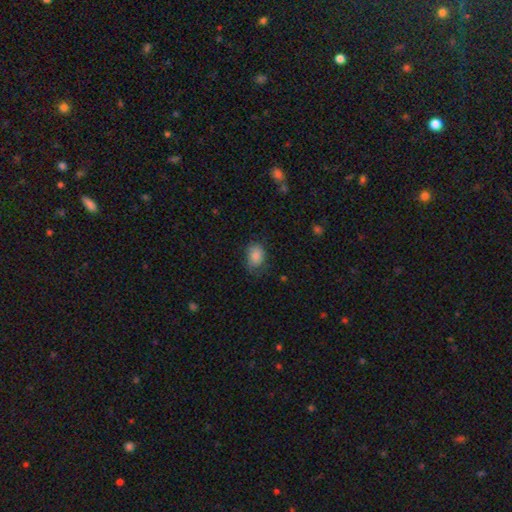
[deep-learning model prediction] Smooth or featured? Predicted: smooth (p=0.85). How rounded? Predicted: in between (p=0.70). Merging? Predicted: none (p=0.65).